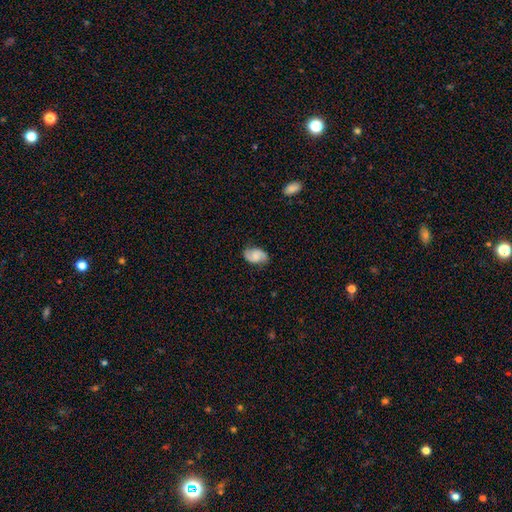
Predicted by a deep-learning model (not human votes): Smooth or featured? Predicted: featured or disk (p=0.57). Edge-on disk? Predicted: no (p=0.97). Bar? Predicted: no (p=0.59). Spiral arms? Predicted: yes (p=0.94). Spiral winding? Predicted: medium (p=0.46). Spiral arm count? Predicted: 2 (p=0.90). Bulge size? Predicted: none (p=0.34). Merging? Predicted: none (p=0.79).